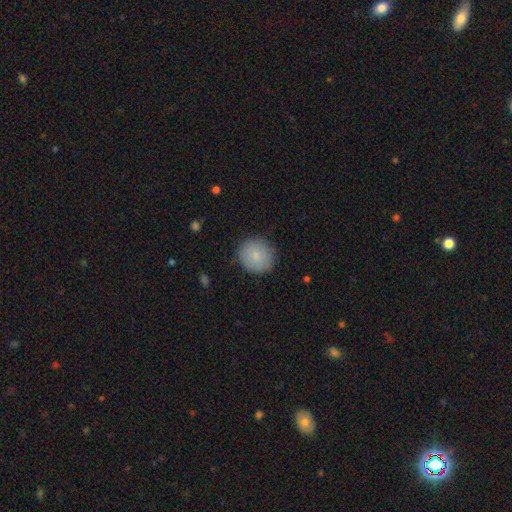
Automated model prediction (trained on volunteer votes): Overall: smooth (84%). How rounded: round (88%). Merging: none (85%).